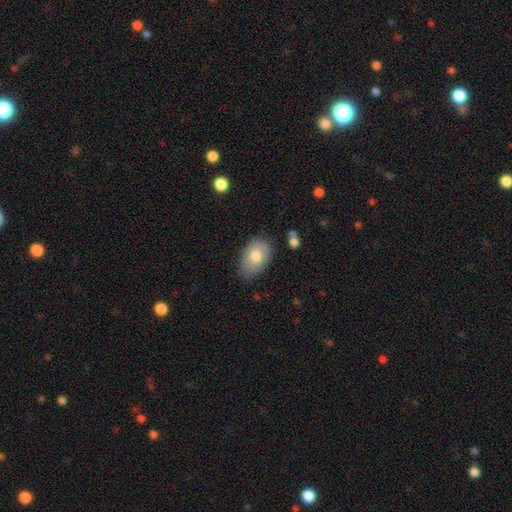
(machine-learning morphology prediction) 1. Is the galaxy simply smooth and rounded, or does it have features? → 75% smooth, 18% featured or disk, 7% star or artifact.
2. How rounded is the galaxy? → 87% in between, 12% round, 1% cigar-shaped.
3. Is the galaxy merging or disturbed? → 70% none, 23% minor disturbance, 5% major disturbance, 2% merger.